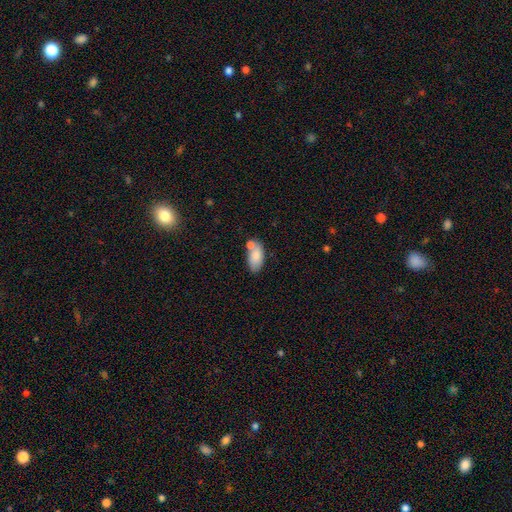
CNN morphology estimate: This is clearly a smooth galaxy (81%). How rounded: clearly in between (92%). Merging: possibly none (54%).